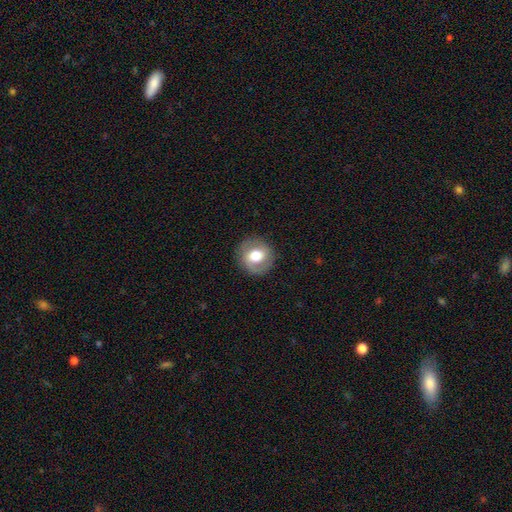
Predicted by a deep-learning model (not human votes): smooth-or-featured: smooth: 57% | featured or disk: 34% | star or artifact: 8%
  how-rounded: round: 85% | in between: 14% | cigar-shaped: 1%
  merging: none: 86% | minor disturbance: 9% | major disturbance: 4% | merger: 1%